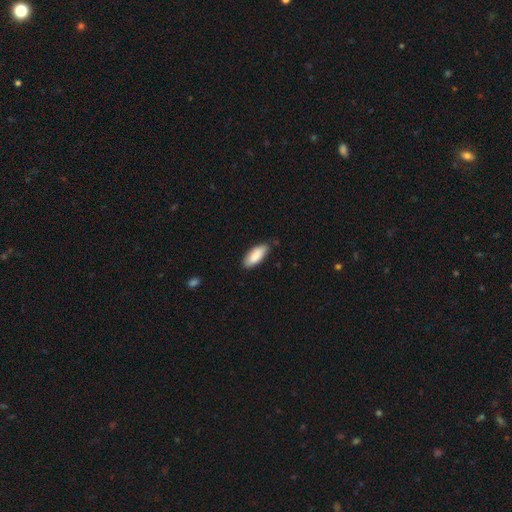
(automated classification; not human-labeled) Smooth or featured?
  - smooth: 86% *
  - featured or disk: 8%
  - star or artifact: 5%
How rounded?
  - in between: 81% *
  - cigar-shaped: 17%
  - round: 2%
Merging?
  - none: 79% *
  - minor disturbance: 18%
  - major disturbance: 2%
  - merger: 1%